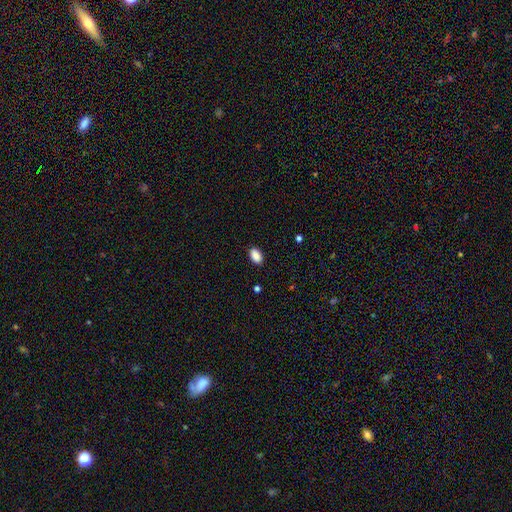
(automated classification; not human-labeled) smooth_or_featured: smooth (p=0.89) [alt: star or artifact p=0.08]
how_rounded: in between (p=0.91) [alt: round p=0.07]
merging: none (p=0.88) [alt: minor disturbance p=0.09]